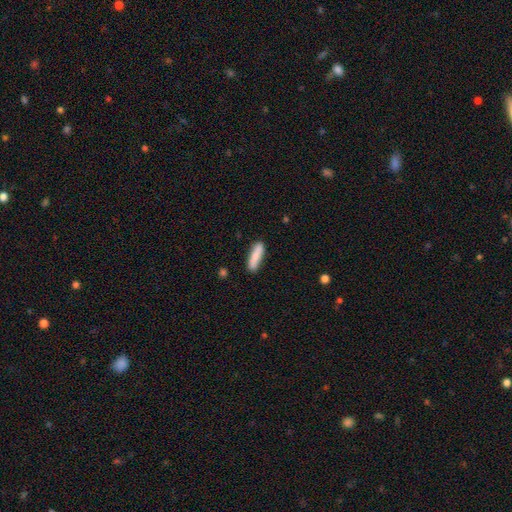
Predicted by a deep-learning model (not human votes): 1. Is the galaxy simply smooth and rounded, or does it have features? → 84% smooth, 10% featured or disk, 6% star or artifact.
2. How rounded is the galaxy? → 73% cigar-shaped, 25% in between, 2% round.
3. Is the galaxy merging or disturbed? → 83% none, 13% minor disturbance, 2% major disturbance, 2% merger.